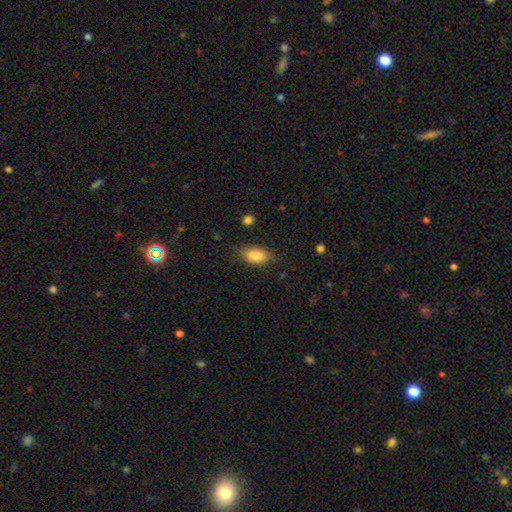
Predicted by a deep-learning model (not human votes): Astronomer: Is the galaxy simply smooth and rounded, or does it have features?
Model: smooth — 87%.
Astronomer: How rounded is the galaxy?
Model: in between — 91%.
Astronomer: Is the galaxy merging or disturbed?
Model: none — 77%.